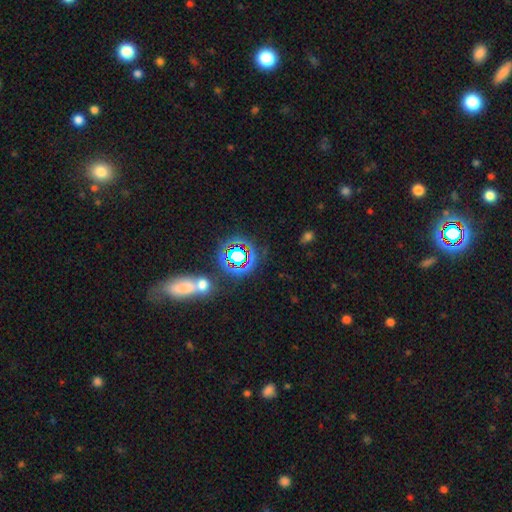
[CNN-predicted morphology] Smooth or featured? Predicted: star or artifact (p=0.45).